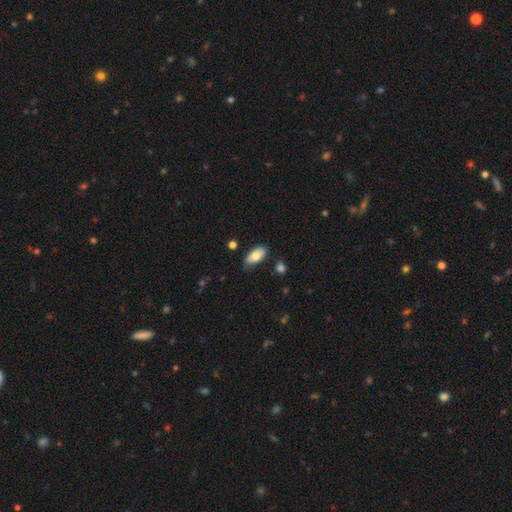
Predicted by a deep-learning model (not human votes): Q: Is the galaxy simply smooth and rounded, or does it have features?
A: smooth — 78%.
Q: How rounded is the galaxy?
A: in between — 92%.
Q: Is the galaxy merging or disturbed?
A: none — 75%.